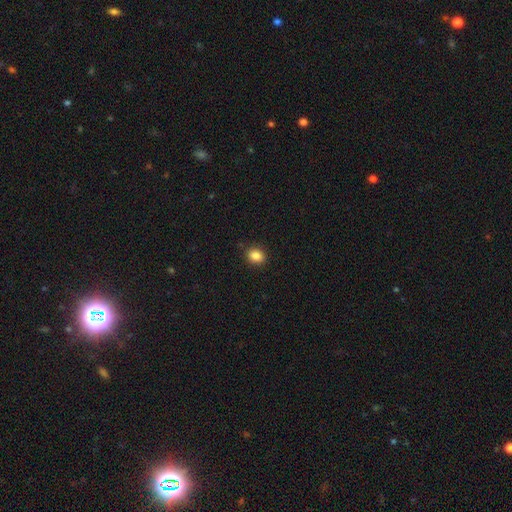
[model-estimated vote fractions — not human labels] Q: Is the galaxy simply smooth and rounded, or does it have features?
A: smooth — 86%.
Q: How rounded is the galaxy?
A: round — 50%.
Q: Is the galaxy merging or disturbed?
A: none — 89%.